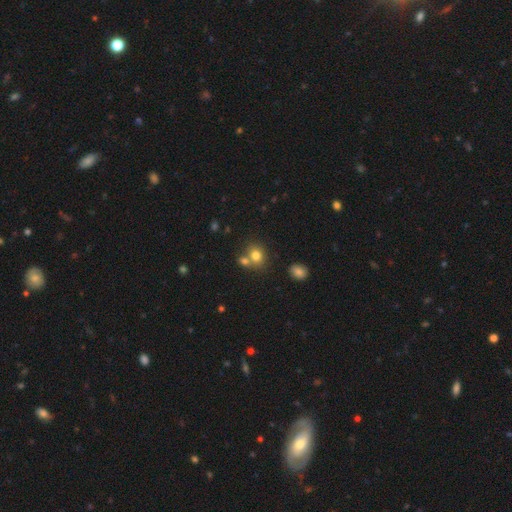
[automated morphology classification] type=smooth (77%); roundness=round (68%); merging=none (53%).